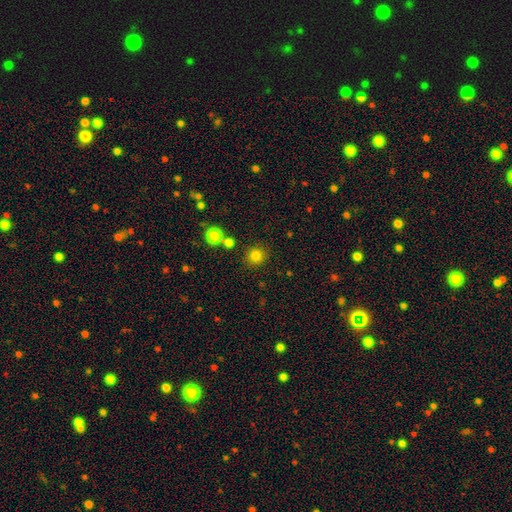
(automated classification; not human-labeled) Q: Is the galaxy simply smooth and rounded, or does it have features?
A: smooth — 81%.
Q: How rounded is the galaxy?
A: round — 91%.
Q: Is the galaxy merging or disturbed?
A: none — 84%.